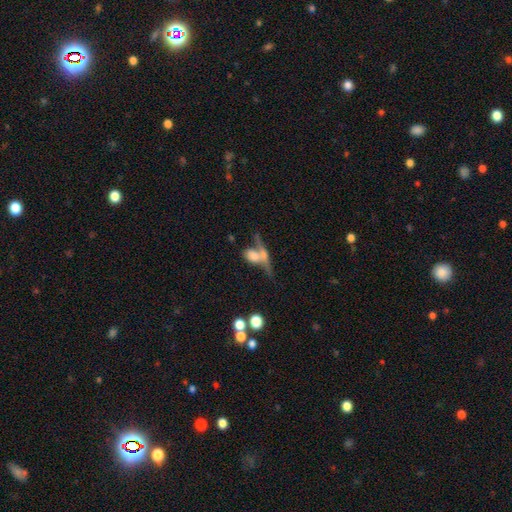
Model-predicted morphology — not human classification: This appears to be a smooth galaxy with no disk features (57%) that is in between round and cigar-shaped (54%). Merging: merger (50%).